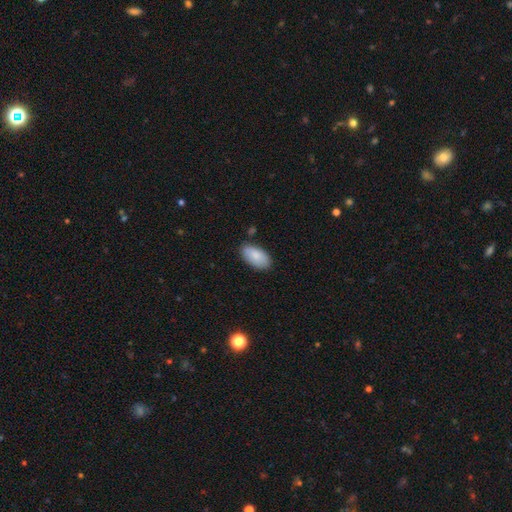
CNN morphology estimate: Smooth or featured? smooth (86%)
How rounded? in between (95%)
Merging? none (80%)